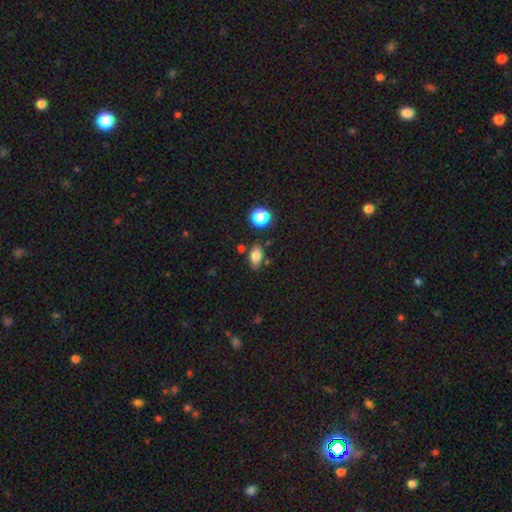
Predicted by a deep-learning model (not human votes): This appears to be a smooth galaxy with no disk features (79%) that is in between round and cigar-shaped (85%). Merging: none (77%).